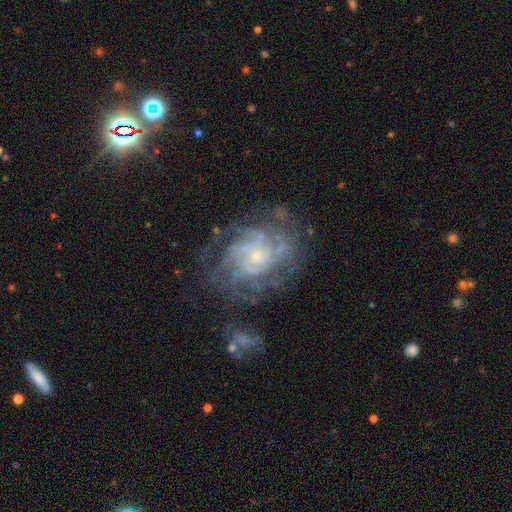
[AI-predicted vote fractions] smooth_or_featured: featured or disk (p=0.84) [alt: smooth p=0.09]
disk_edge_on: no (p=0.97) [alt: yes p=0.03]
bar: no (p=0.77) [alt: weak p=0.19]
has_spiral_arms: yes (p=0.90) [alt: no p=0.10]
spiral_winding: tight (p=0.64) [alt: medium p=0.28]
spiral_arm_count: can't tell (p=0.42) [alt: 4 p=0.19]
bulge_size: small (p=0.68) [alt: moderate p=0.25]
merging: none (p=0.65) [alt: minor disturbance p=0.18]